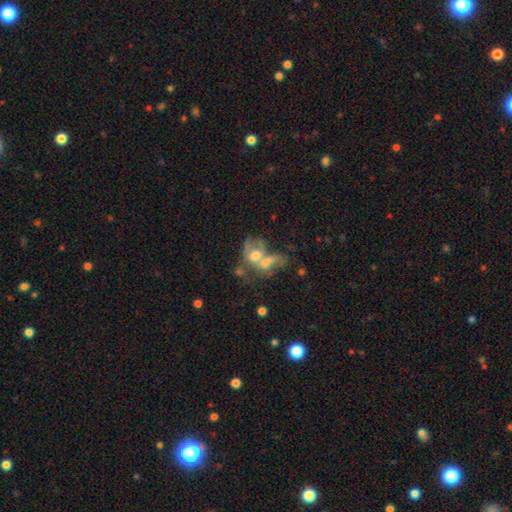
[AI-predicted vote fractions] Smooth or featured? Predicted: featured or disk (p=0.45). Merging? Predicted: merger (p=0.62).